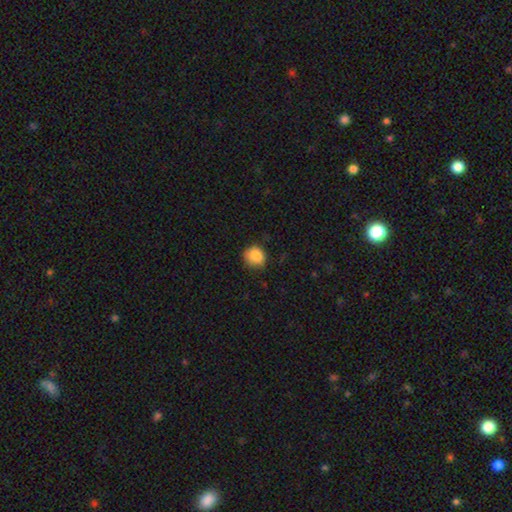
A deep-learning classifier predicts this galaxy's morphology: Smooth or featured?
  - smooth: 87% *
  - star or artifact: 9%
  - featured or disk: 5%
How rounded?
  - round: 69% *
  - in between: 30%
  - cigar-shaped: 1%
Merging?
  - none: 71% *
  - minor disturbance: 23%
  - major disturbance: 5%
  - merger: 1%